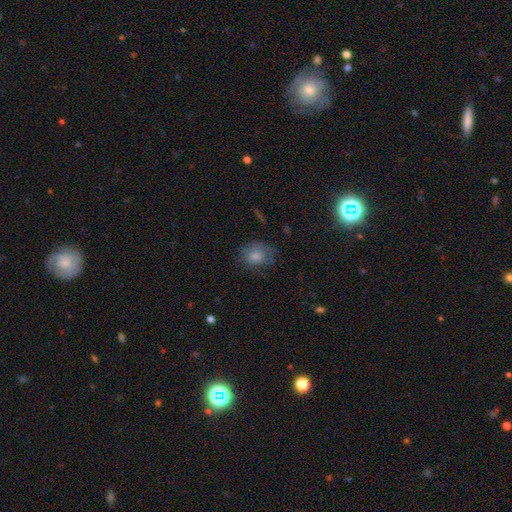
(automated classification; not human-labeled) Overall: smooth (79%). How rounded: round (58%; in between 41%). Merging: none (63%; minor disturbance 25%).